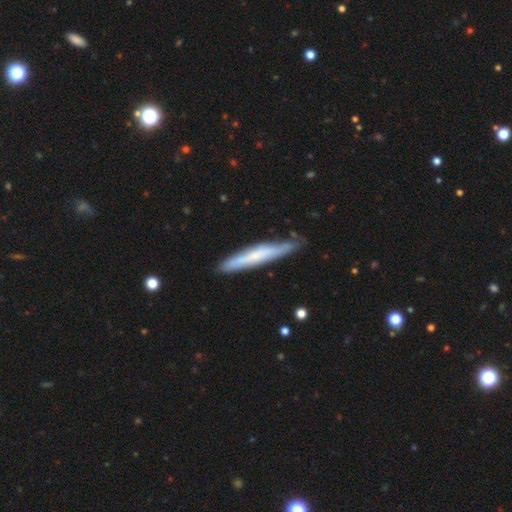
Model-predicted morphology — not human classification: Smooth or featured? smooth (54%)
How rounded? cigar-shaped (95%)
Merging? none (78%)